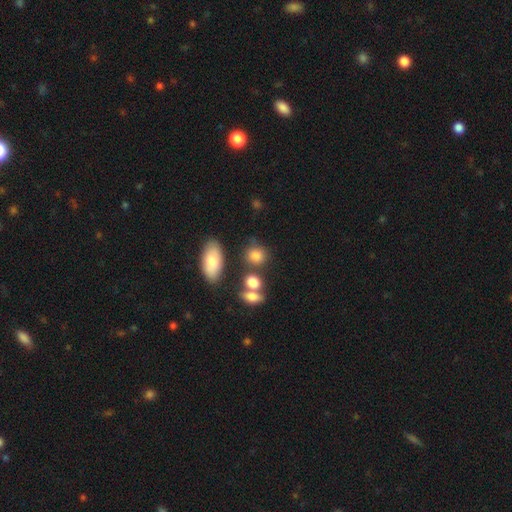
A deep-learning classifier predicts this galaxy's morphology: This appears to be a smooth galaxy with no disk features (81%) that is round (64%). Merging: none (62%).